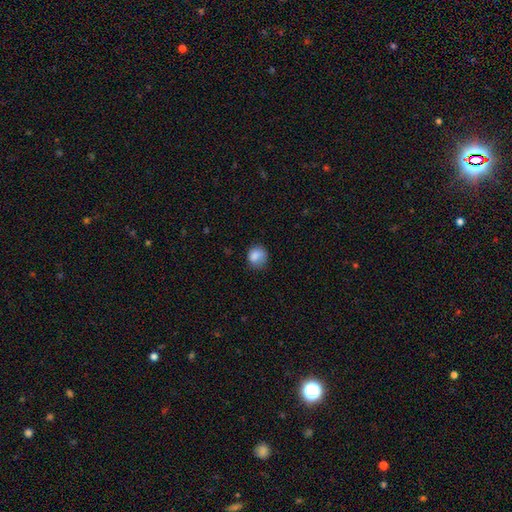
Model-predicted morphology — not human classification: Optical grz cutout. It shows a smooth galaxy with no disk features (82%) that is round (71%). Merging: none (64%).